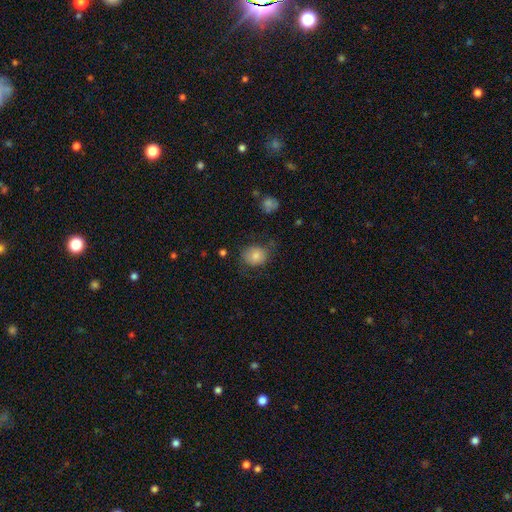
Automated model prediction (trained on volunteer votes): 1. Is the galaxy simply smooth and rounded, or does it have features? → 78% smooth, 12% featured or disk, 11% star or artifact.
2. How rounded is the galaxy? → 64% round, 35% in between, 1% cigar-shaped.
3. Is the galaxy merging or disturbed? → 67% none, 21% minor disturbance, 9% major disturbance, 2% merger.